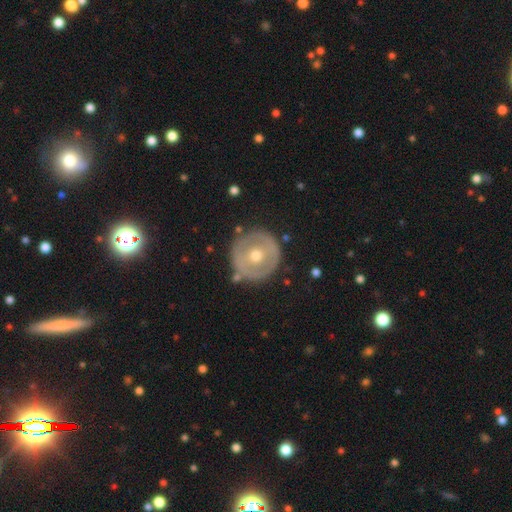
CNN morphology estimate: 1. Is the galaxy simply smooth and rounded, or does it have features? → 54% featured or disk, 39% smooth, 7% star or artifact.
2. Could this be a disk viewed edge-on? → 94% no, 6% yes.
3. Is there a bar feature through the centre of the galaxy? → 73% no, 19% weak, 8% strong.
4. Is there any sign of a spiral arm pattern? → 80% no, 20% yes.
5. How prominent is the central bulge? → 67% moderate, 29% small, 2% large, 1% none, 1% dominant.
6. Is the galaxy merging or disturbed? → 82% none, 12% minor disturbance, 3% major disturbance, 3% merger.